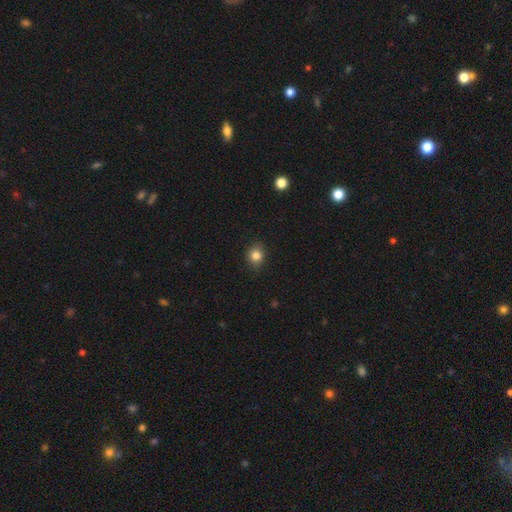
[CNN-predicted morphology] Smooth or featured? smooth (83%)
How rounded? round (68%)
Merging? none (85%)